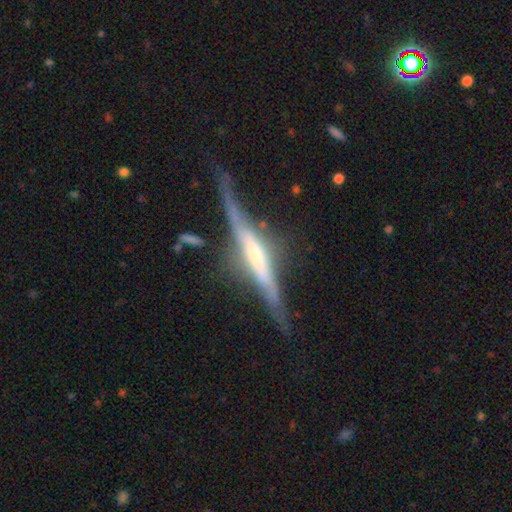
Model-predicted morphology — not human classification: Smooth or featured? featured or disk (78%)
Edge-on disk? yes (88%)
Edge-on bulge? boxy (44%)
Merging? none (47%)